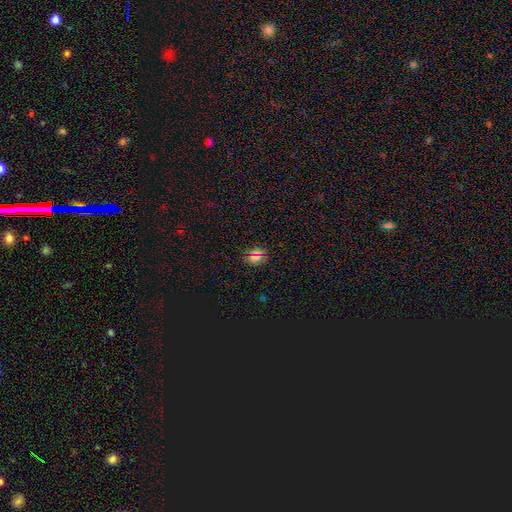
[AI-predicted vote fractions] Smooth or featured?
  - smooth: 63% *
  - star or artifact: 29%
  - featured or disk: 8%
How rounded?
  - round: 67% *
  - in between: 30%
  - cigar-shaped: 3%
Merging?
  - none: 85% *
  - minor disturbance: 10%
  - major disturbance: 3%
  - merger: 2%